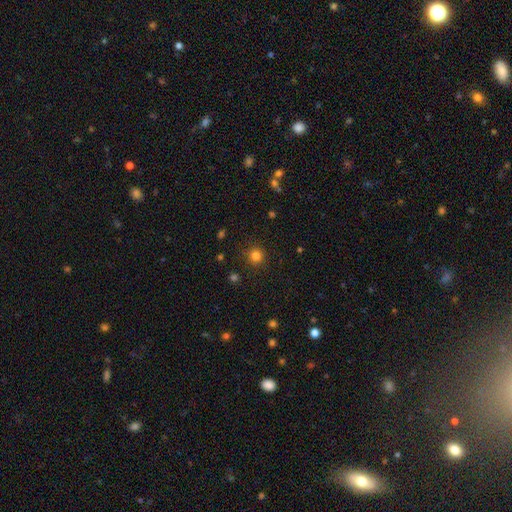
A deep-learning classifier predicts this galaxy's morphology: smooth-or-featured: smooth: 81% | star or artifact: 14% | featured or disk: 4%
  how-rounded: round: 93% | in between: 6% | cigar-shaped: 1%
  merging: none: 89% | minor disturbance: 7% | major disturbance: 3% | merger: 1%